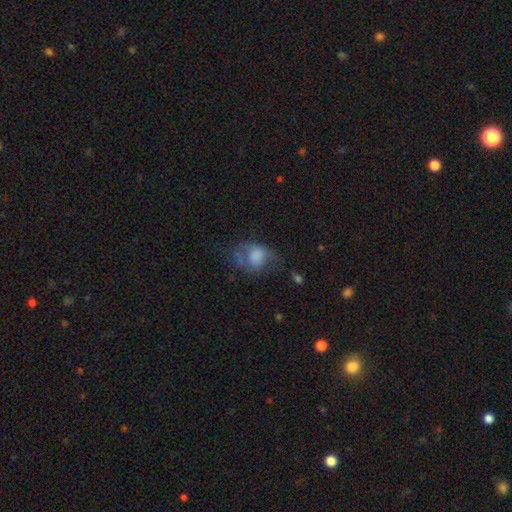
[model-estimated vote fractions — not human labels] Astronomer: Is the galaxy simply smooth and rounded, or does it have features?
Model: smooth — 58%.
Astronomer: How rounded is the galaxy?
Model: in between — 62%.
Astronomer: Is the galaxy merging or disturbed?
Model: none — 37% (runner-up: major disturbance, 33%).